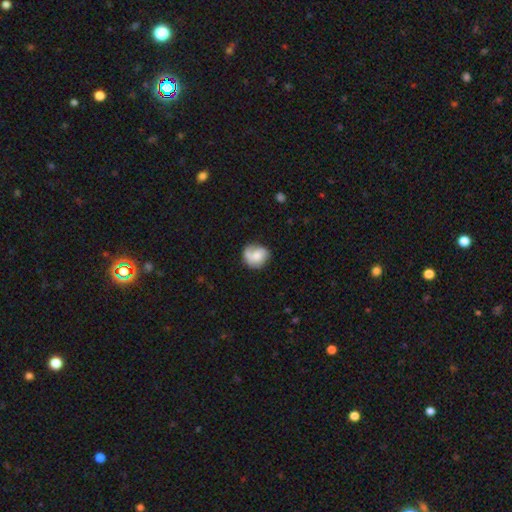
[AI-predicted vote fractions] smooth 58%, featured or disk 34%, star or artifact 7%. Down the decision tree: how rounded — round (72%); merging — none (53%).